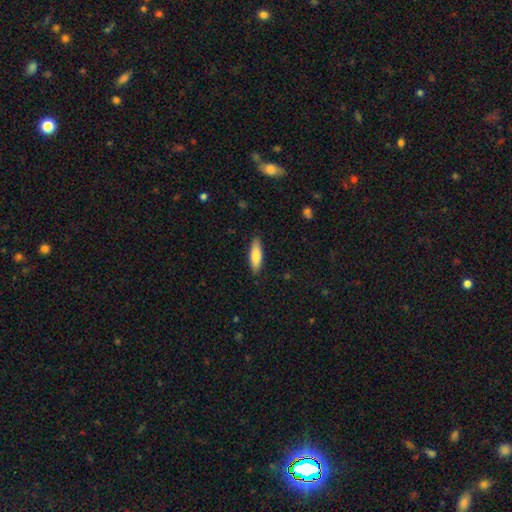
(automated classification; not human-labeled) This is likely a smooth galaxy (80%). How rounded: possibly in between (49%, tied with cigar-shaped). Merging: clearly none (88%).